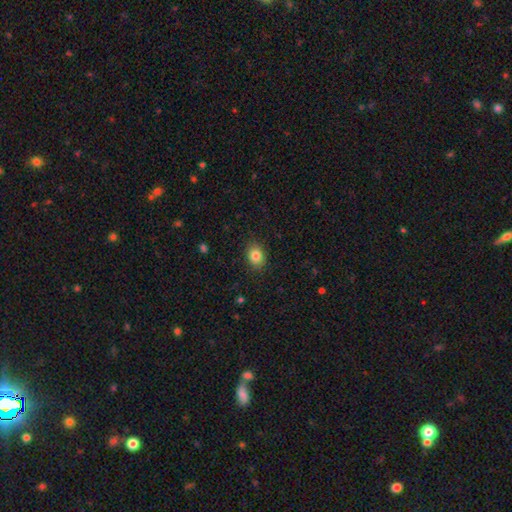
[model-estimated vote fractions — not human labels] A smooth galaxy with no disk features (84%) that is in between round and cigar-shaped (64%).

Vote fractions:
- Smooth or featured? smooth: 84% / star or artifact: 10% / featured or disk: 7%
- How rounded? in between: 64% / round: 35% / cigar-shaped: 1%
- Merging? none: 88% / minor disturbance: 9% / major disturbance: 2% / merger: 1%